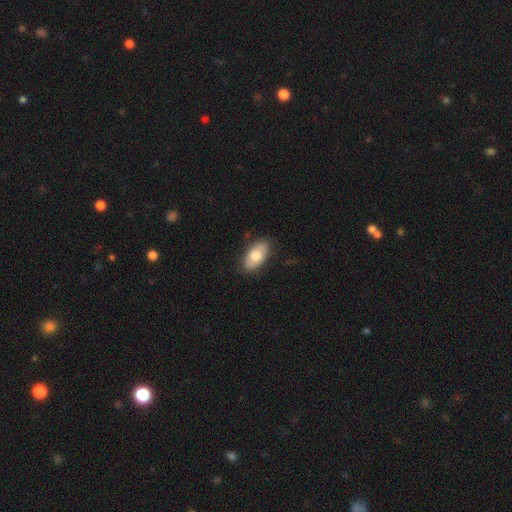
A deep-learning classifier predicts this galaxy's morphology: smooth_or_featured: smooth (p=0.70) [alt: featured or disk p=0.25]
how_rounded: in between (p=0.93) [alt: round p=0.04]
merging: none (p=0.84) [alt: minor disturbance p=0.12]